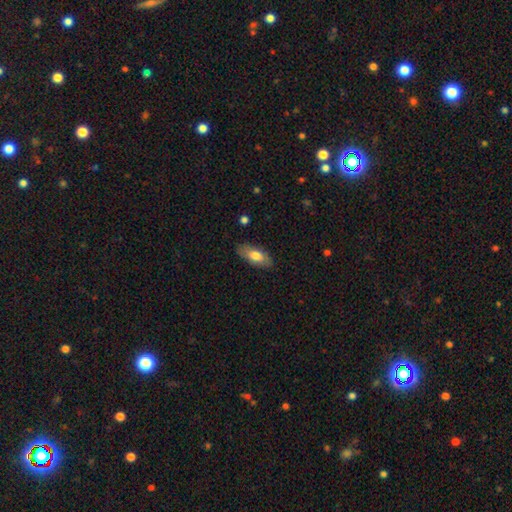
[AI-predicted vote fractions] Q: Smooth or featured?
A: smooth (72%); runner-up: featured or disk (22%)
Q: How rounded?
A: in between (84%); runner-up: cigar-shaped (14%)
Q: Merging?
A: none (86%); runner-up: minor disturbance (11%)